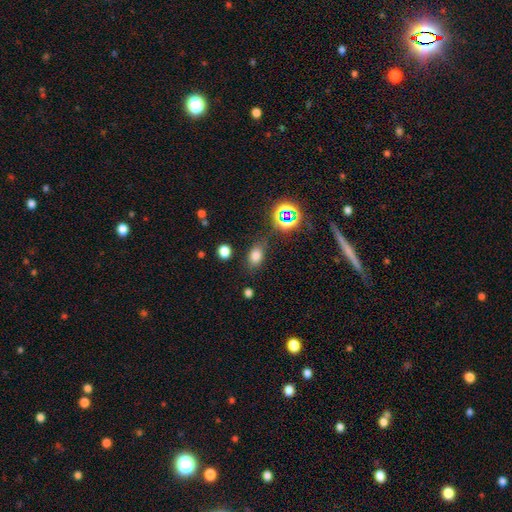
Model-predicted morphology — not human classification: The model was most divided on "how rounded": in between: 74%, round: 24%, cigar-shaped: 2%. More confident: merging — none (77%); smooth or featured — smooth (74%).